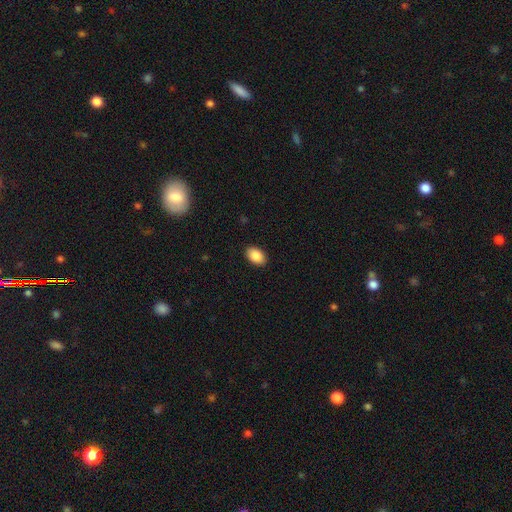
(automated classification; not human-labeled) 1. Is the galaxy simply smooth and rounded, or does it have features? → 89% smooth, 7% star or artifact, 4% featured or disk.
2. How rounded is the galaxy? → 88% in between, 11% round, 1% cigar-shaped.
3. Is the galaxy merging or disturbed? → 90% none, 7% minor disturbance, 2% major disturbance, 1% merger.